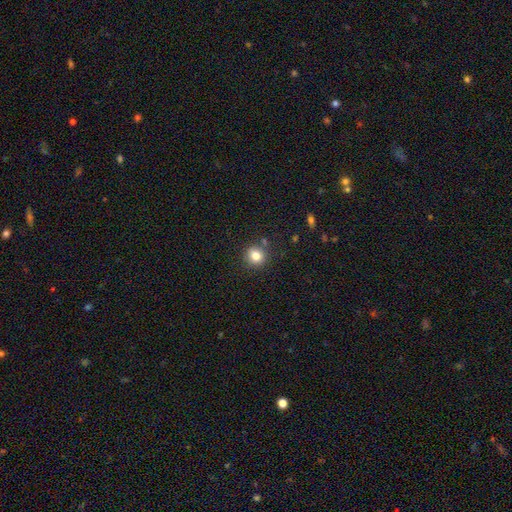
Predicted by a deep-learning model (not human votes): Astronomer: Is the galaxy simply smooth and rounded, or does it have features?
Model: smooth — 82%.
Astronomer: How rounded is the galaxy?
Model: round — 88%.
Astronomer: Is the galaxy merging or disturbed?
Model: none — 83%.